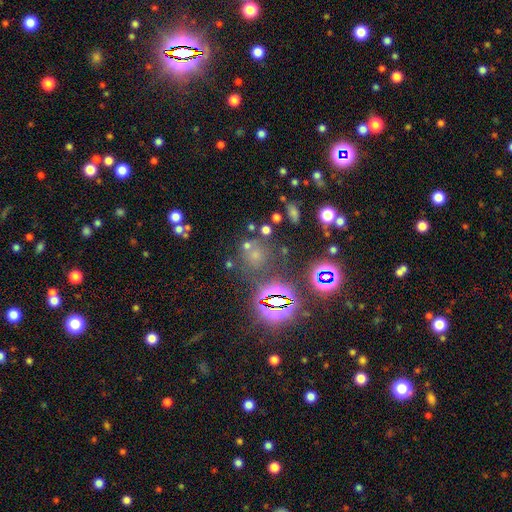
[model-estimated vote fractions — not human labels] A smooth galaxy with no disk features (46%).

Vote fractions:
- Smooth or featured? smooth: 46% / star or artifact: 43% / featured or disk: 11%
- Merging? none: 68% / merger: 14% / minor disturbance: 12% / major disturbance: 6%